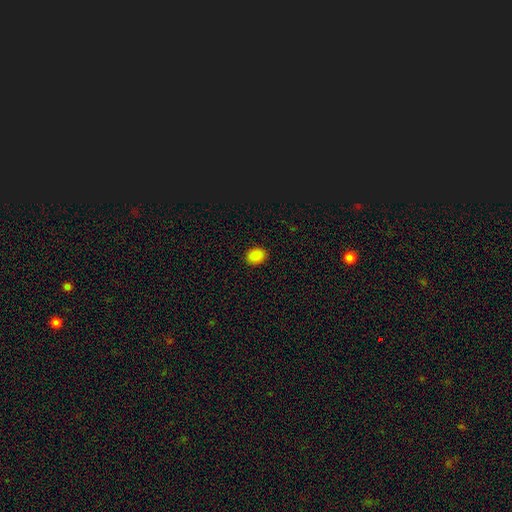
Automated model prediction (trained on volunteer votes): smooth-or-featured: smooth: 87% | star or artifact: 11% | featured or disk: 3%
  how-rounded: in between: 60% | round: 40% | cigar-shaped: 1%
  merging: none: 90% | minor disturbance: 7% | major disturbance: 2% | merger: 1%